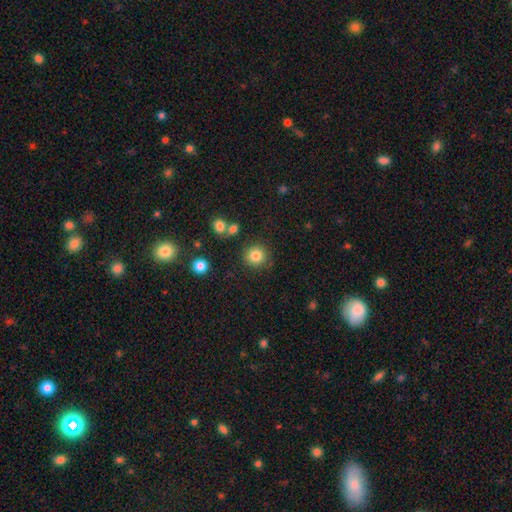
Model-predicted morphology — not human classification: Smooth or featured? Predicted: smooth (p=0.84). How rounded? Predicted: round (p=0.91). Merging? Predicted: none (p=0.83).